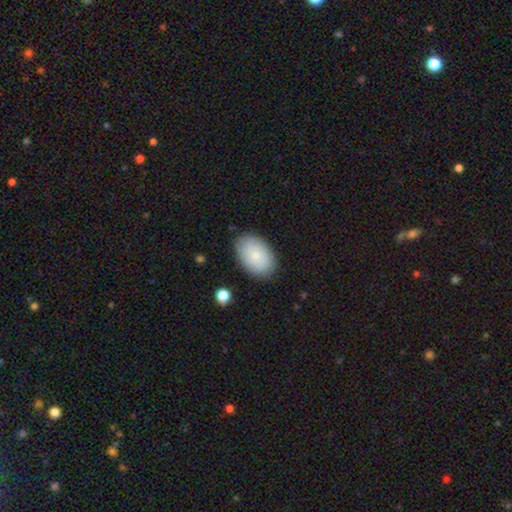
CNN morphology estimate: The model was most divided on "smooth or featured": smooth: 79%, featured or disk: 15%, star or artifact: 6%. More confident: how rounded — in between (91%); merging — none (85%).